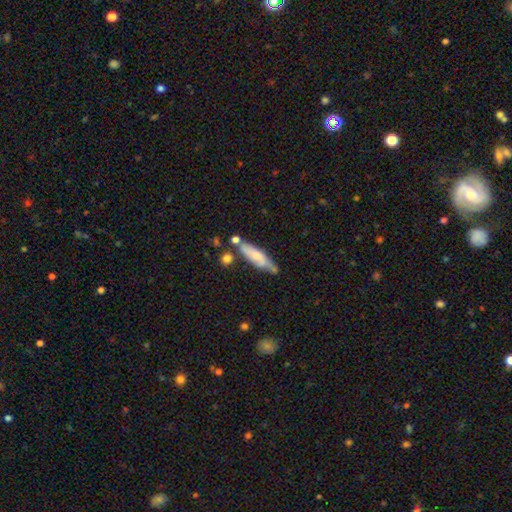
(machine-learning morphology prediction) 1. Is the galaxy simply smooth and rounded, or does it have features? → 64% smooth, 29% featured or disk, 7% star or artifact.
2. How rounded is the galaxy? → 67% cigar-shaped, 31% in between, 2% round.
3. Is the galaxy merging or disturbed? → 55% none, 24% minor disturbance, 14% merger, 7% major disturbance.